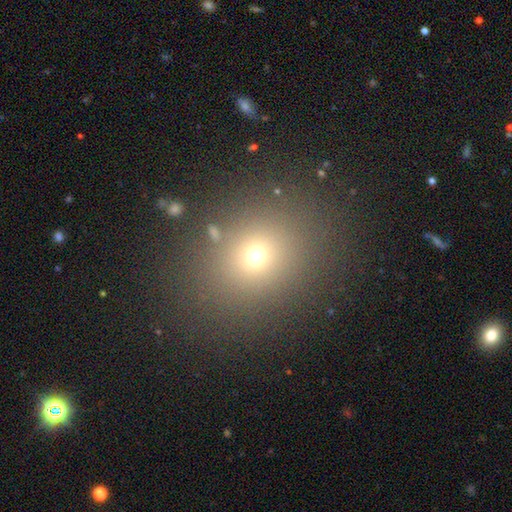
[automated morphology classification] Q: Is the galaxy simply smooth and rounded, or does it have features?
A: smooth — 65%.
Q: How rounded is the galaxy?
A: round — 63%.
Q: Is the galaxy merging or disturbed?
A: none — 85%.